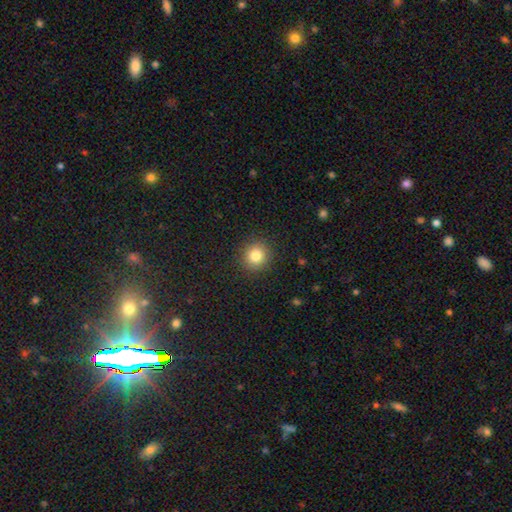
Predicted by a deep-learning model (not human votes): This is clearly a smooth galaxy (82%). How rounded: clearly round (89%). Merging: clearly none (90%).